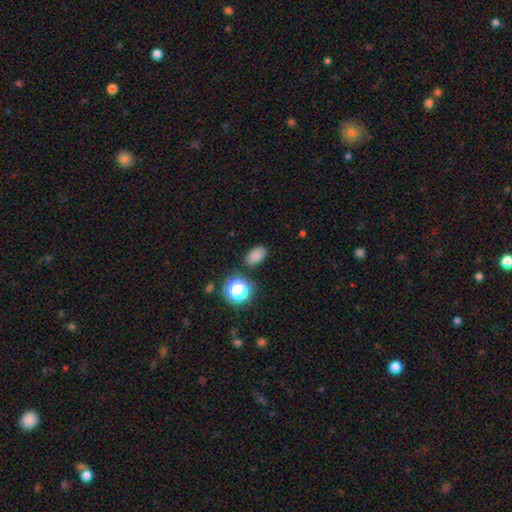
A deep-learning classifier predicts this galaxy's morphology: smooth_or_featured: smooth (p=0.81) [alt: star or artifact p=0.15]
how_rounded: in between (p=0.85) [alt: round p=0.13]
merging: none (p=0.84) [alt: minor disturbance p=0.10]